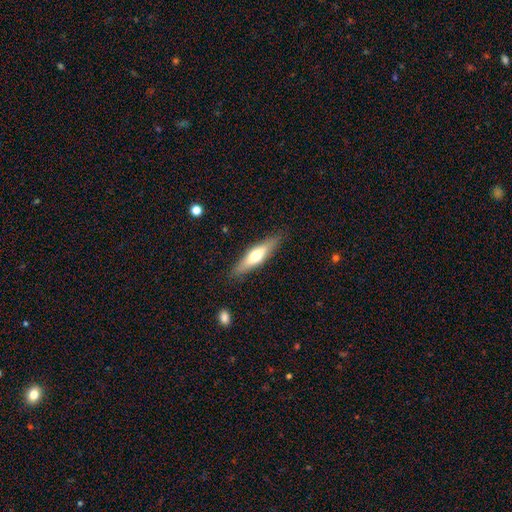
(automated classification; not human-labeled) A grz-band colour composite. It shows a smooth galaxy with no disk features (48%). Merging: none (87%).